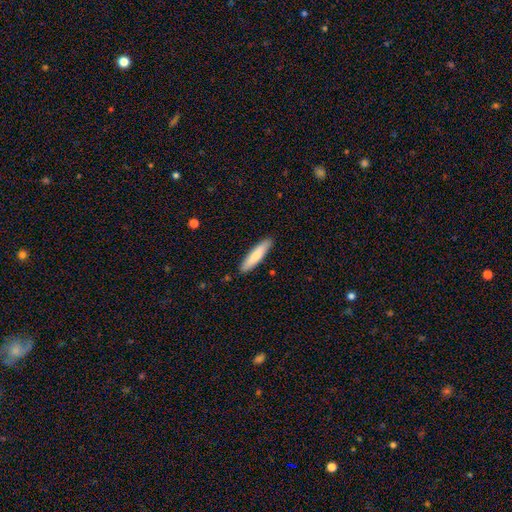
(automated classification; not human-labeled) smooth 78%, featured or disk 17%, star or artifact 5%. Down the decision tree: how rounded — cigar-shaped (83%); merging — none (89%).